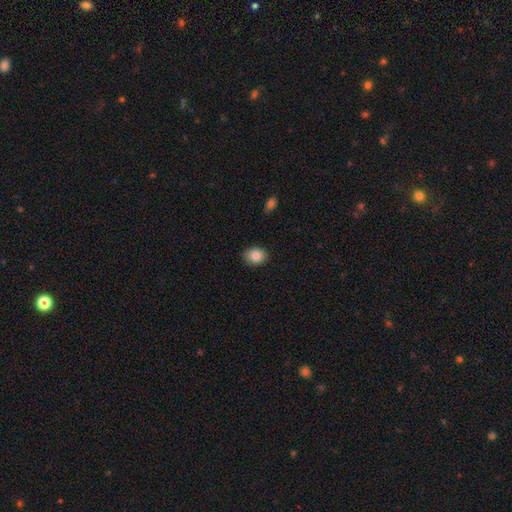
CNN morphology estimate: This is clearly a smooth galaxy (85%). How rounded: possibly round (50%). Merging: clearly none (88%).